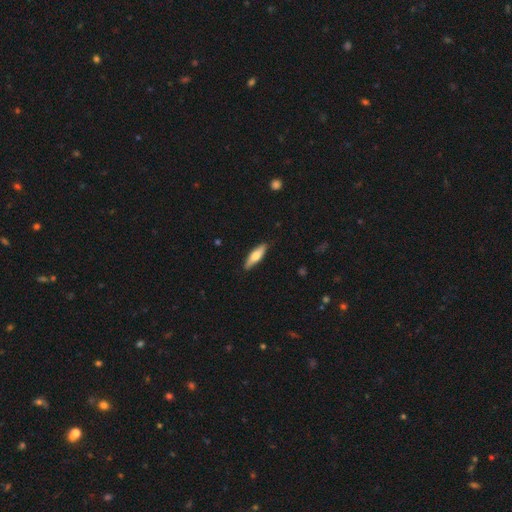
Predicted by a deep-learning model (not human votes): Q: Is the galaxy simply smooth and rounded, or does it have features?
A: smooth — 61%.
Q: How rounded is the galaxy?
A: cigar-shaped — 61%.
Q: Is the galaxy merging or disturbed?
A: none — 86%.